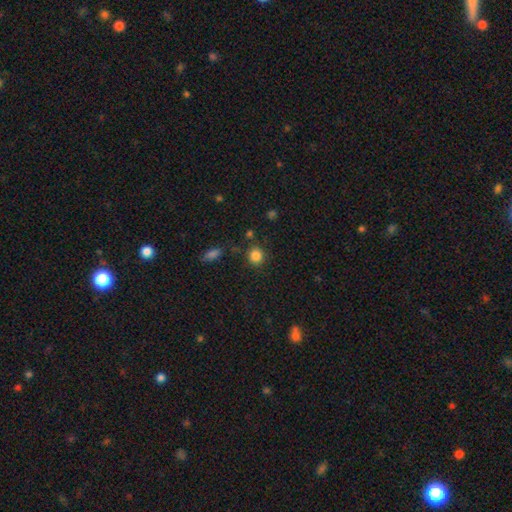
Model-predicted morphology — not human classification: Overall: smooth (85%). How rounded: round (87%). Merging: none (85%).